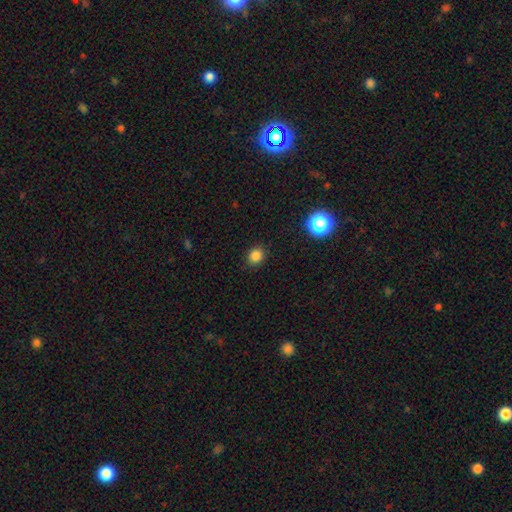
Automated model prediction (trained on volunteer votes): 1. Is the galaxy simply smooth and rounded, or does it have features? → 83% smooth, 13% star or artifact, 4% featured or disk.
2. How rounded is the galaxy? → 75% round, 24% in between, 1% cigar-shaped.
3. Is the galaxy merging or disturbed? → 89% none, 8% minor disturbance, 2% major disturbance, 1% merger.